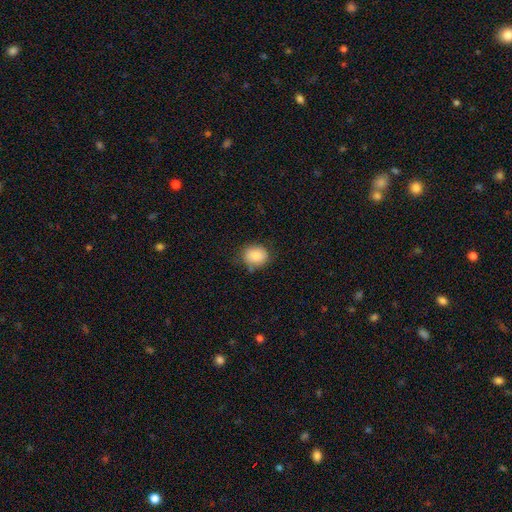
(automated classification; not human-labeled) Morphology: type=smooth (87%); roundness=round (64%); merging=none (74%).